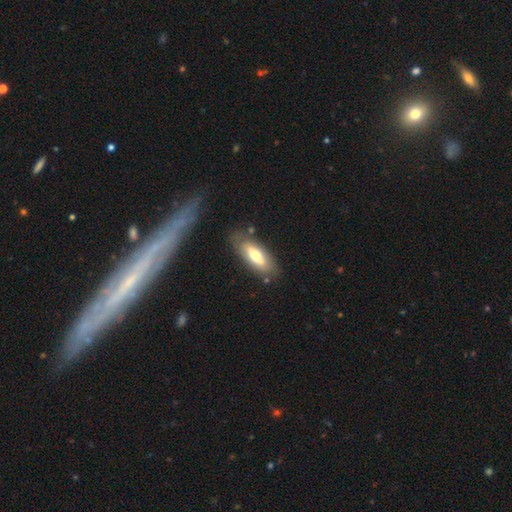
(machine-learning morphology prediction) Q: Smooth or featured?
A: smooth (61%); runner-up: featured or disk (33%)
Q: How rounded?
A: in between (72%); runner-up: cigar-shaped (26%)
Q: Merging?
A: none (76%); runner-up: minor disturbance (15%)